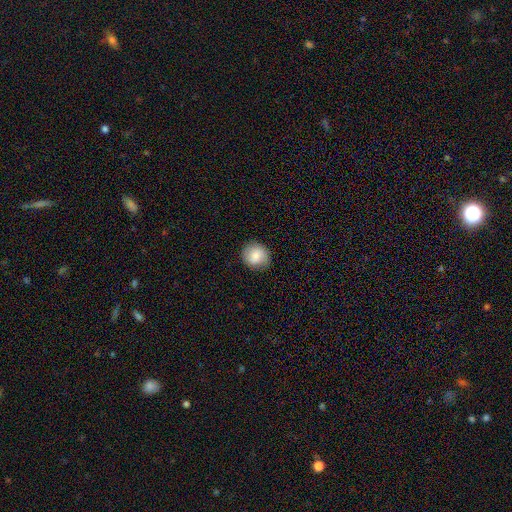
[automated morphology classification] A smooth galaxy with no disk features (79%) that is round (85%).

Vote fractions:
- Smooth or featured? smooth: 79% / featured or disk: 14% / star or artifact: 8%
- How rounded? round: 85% / in between: 14% / cigar-shaped: 1%
- Merging? none: 83% / minor disturbance: 13% / major disturbance: 3% / merger: 1%